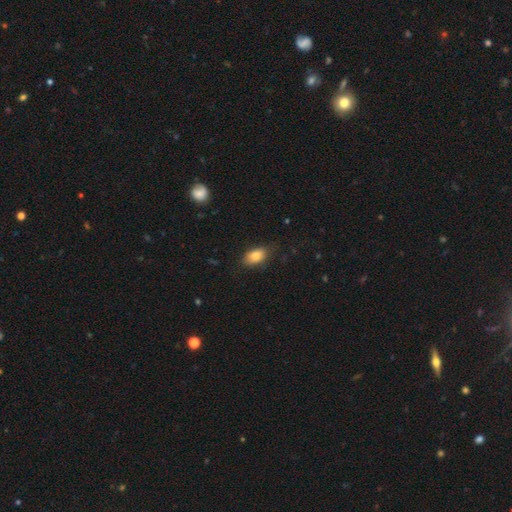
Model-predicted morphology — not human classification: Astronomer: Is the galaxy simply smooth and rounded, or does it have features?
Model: smooth — 82%.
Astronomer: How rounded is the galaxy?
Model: in between — 88%.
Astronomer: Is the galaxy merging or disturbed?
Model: none — 78%.